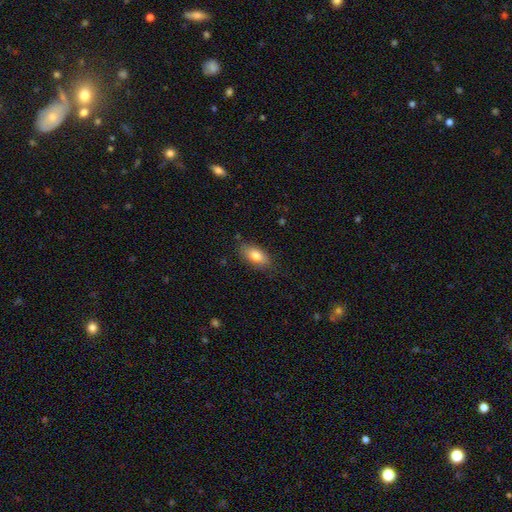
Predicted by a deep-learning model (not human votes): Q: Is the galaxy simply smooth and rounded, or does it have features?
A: smooth — 79%.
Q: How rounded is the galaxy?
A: in between — 89%.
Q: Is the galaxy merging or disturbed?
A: none — 80%.